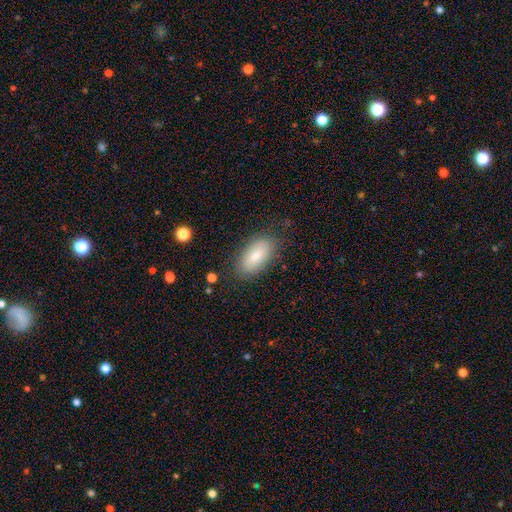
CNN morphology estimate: The model was most divided on "smooth or featured": smooth: 77%, featured or disk: 16%, star or artifact: 7%. More confident: how rounded — in between (91%); merging — none (82%).